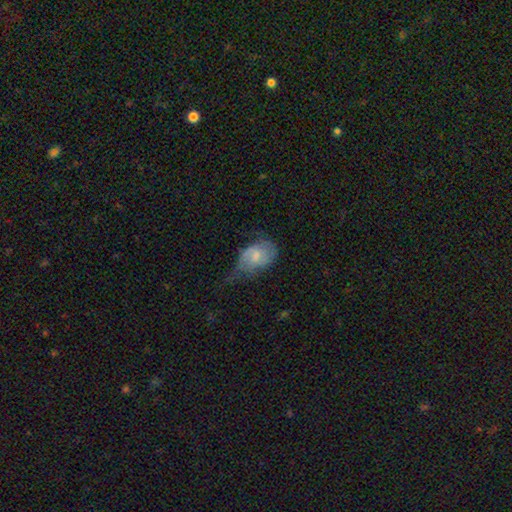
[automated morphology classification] smooth-or-featured: featured or disk: 47% | smooth: 45% | star or artifact: 7%
  merging: minor disturbance: 36% | major disturbance: 35% | none: 26% | merger: 2%